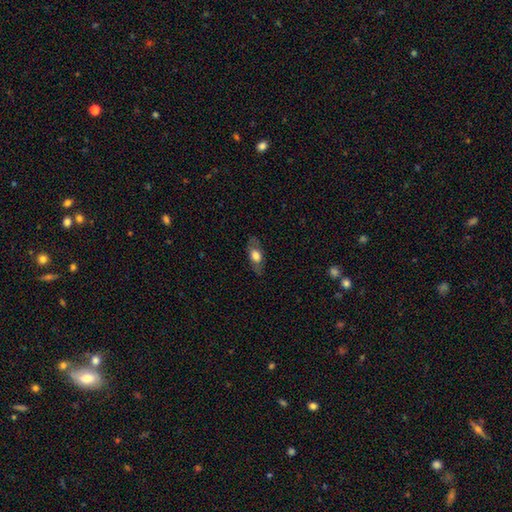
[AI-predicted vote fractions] Smooth or featured? smooth (62%)
How rounded? in between (79%)
Merging? none (77%)